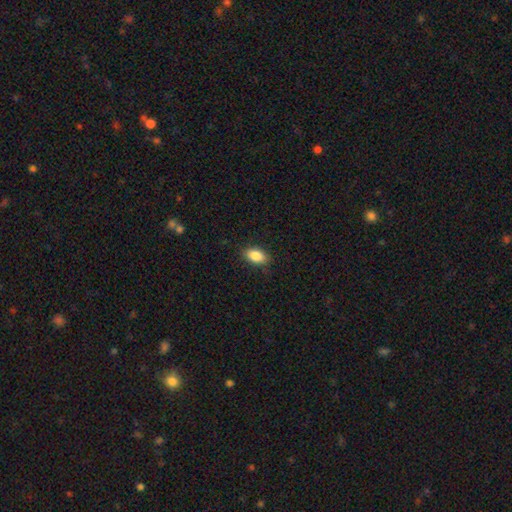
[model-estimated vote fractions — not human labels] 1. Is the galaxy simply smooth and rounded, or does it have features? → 86% smooth, 8% star or artifact, 6% featured or disk.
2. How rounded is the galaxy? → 90% in between, 7% round, 3% cigar-shaped.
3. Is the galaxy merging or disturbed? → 85% none, 12% minor disturbance, 3% major disturbance, 1% merger.